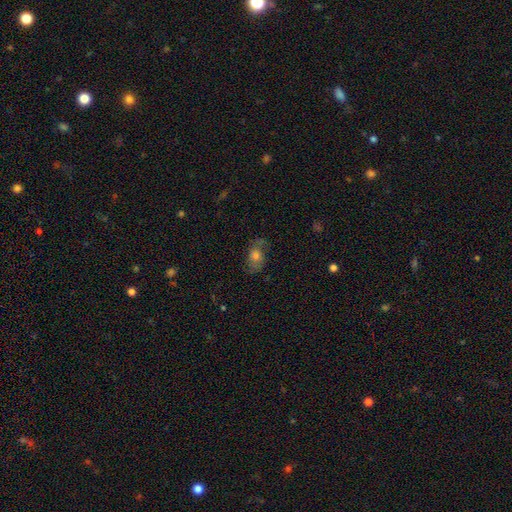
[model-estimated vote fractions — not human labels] Smooth or featured?
  - smooth: 53% *
  - featured or disk: 33%
  - star or artifact: 14%
How rounded?
  - in between: 70% *
  - round: 28%
  - cigar-shaped: 2%
Merging?
  - none: 59% *
  - minor disturbance: 24%
  - major disturbance: 14%
  - merger: 2%